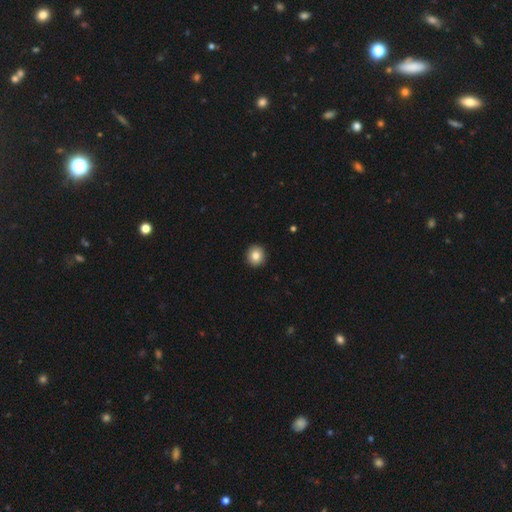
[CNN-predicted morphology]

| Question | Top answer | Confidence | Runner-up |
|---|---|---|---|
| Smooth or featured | smooth | 84% | star or artifact (9%) |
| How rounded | round | 91% | in between (8%) |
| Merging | none | 93% | minor disturbance (4%) |